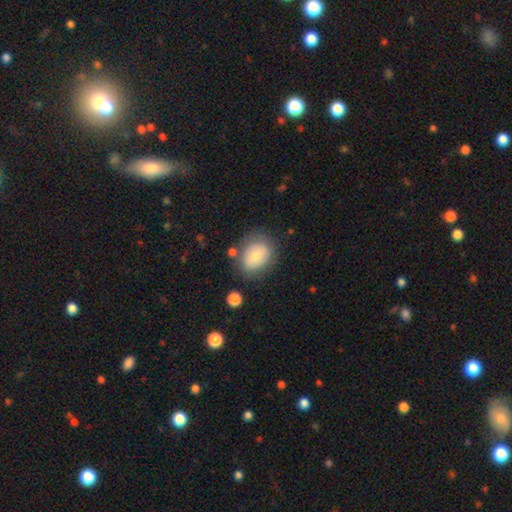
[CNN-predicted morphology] smooth 73%, featured or disk 19%, star or artifact 8%. Down the decision tree: how rounded — in between (53%); merging — none (72%).